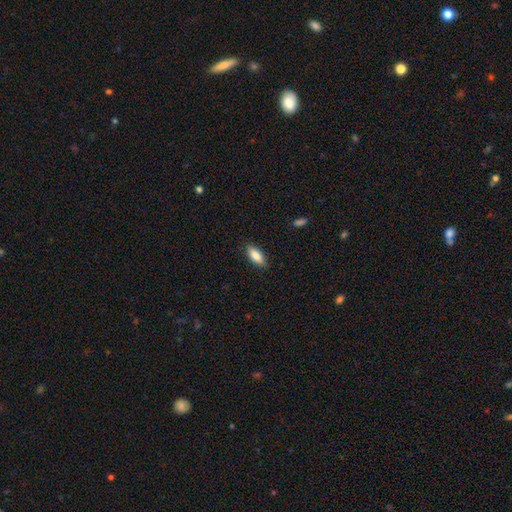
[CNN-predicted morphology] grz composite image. It shows a smooth galaxy with no disk features (86%) that is in between round and cigar-shaped (78%). Merging: none (86%).